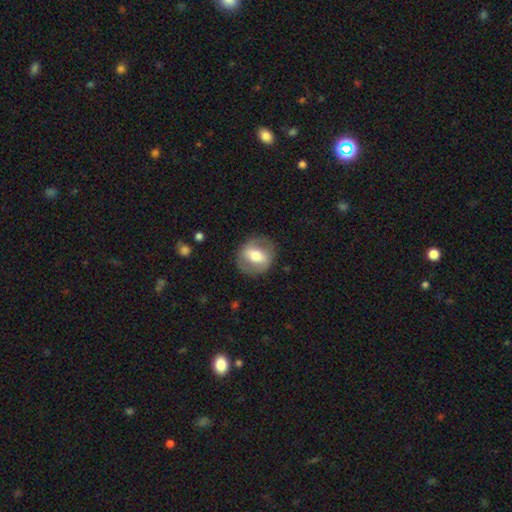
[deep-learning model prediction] A featured or disk galaxy (50%). Merging: none (83%).